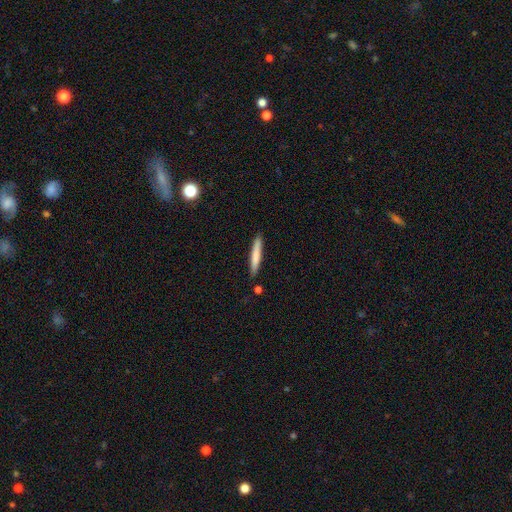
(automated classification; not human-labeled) Smooth or featured?
  - smooth: 73% *
  - featured or disk: 21%
  - star or artifact: 6%
How rounded?
  - cigar-shaped: 95% *
  - in between: 4%
  - round: 1%
Merging?
  - none: 86% *
  - minor disturbance: 9%
  - merger: 3%
  - major disturbance: 2%